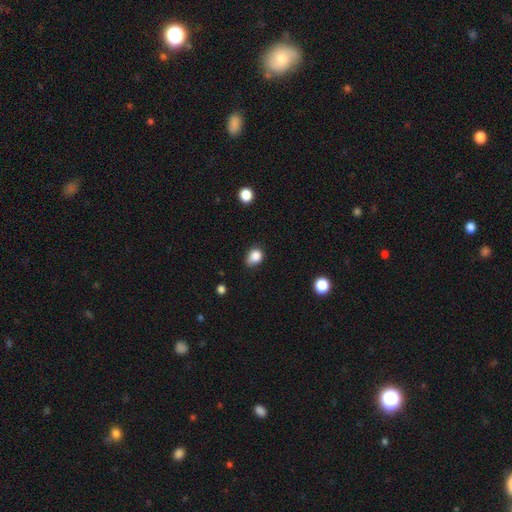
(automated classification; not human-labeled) Morphology: type=smooth (84%); roundness=in between (51%); merging=none (61%).